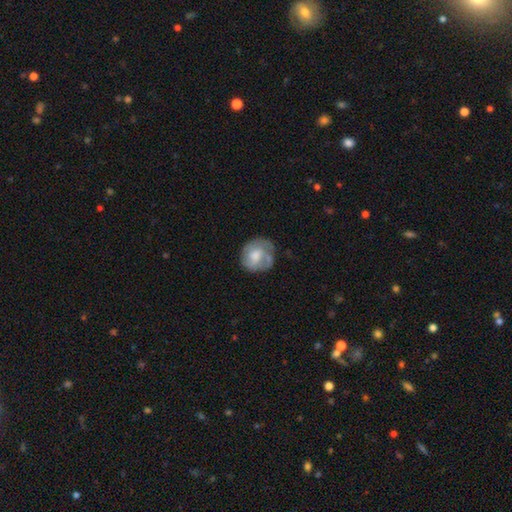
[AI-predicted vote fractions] Overall: smooth (47%, tied with featured or disk). Merging: none (60%; minor disturbance 24%).